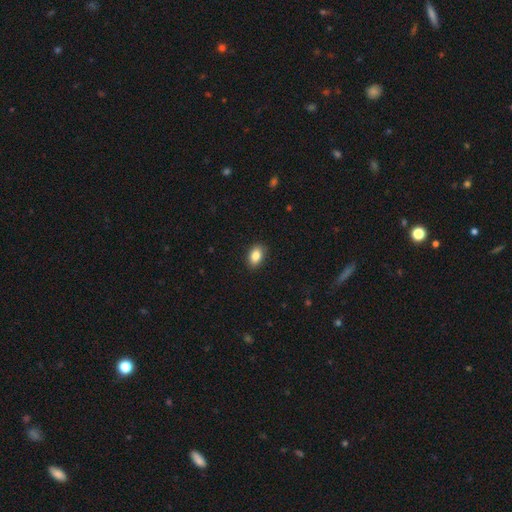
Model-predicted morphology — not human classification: Smooth or featured: smooth — 86% (star or artifact — 8%)
How rounded: in between — 86% (round — 12%)
Merging: none — 89% (minor disturbance — 8%)